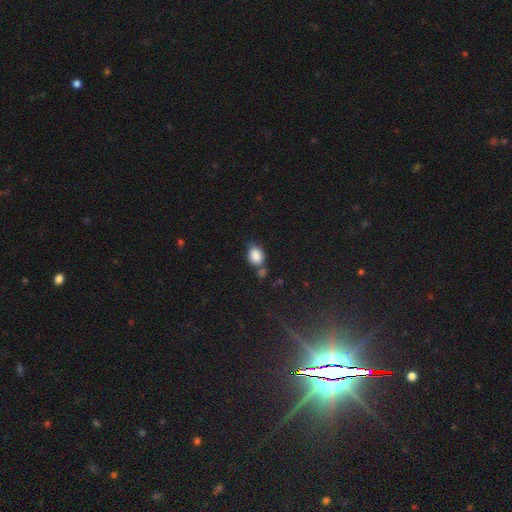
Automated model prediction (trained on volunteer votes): smooth_or_featured: smooth (p=0.86) [alt: star or artifact p=0.09]
how_rounded: in between (p=0.67) [alt: round p=0.32]
merging: none (p=0.52) [alt: merger p=0.21]